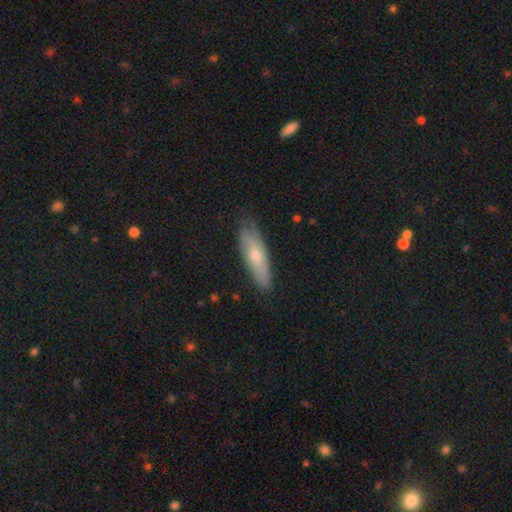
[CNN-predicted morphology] type=smooth (61%); roundness=cigar-shaped (58%); merging=none (77%).